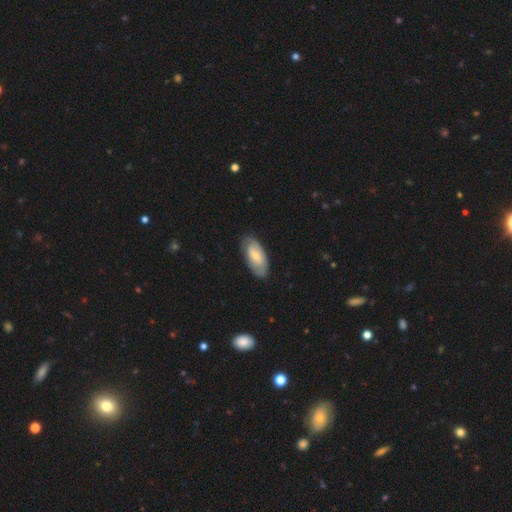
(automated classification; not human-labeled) The model was most divided on "smooth or featured": smooth: 55%, featured or disk: 40%, star or artifact: 5%. More confident: how rounded — in between (91%); merging — none (76%).